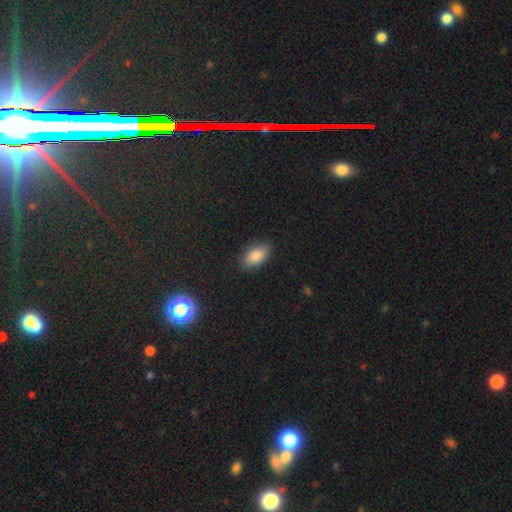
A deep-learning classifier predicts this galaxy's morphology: Smooth or featured? Predicted: smooth (p=0.85). How rounded? Predicted: in between (p=0.91). Merging? Predicted: none (p=0.85).